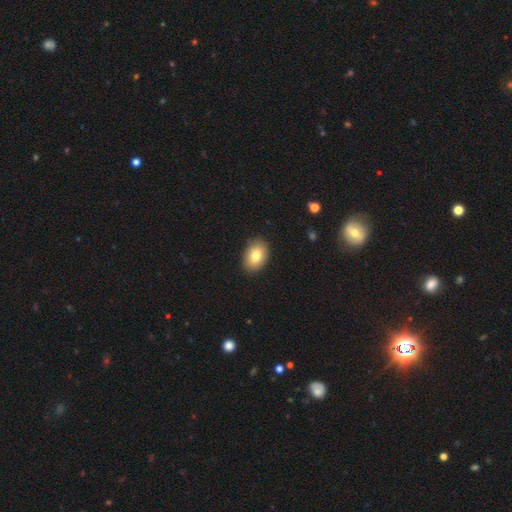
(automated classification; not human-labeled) This is clearly a smooth galaxy (81%). How rounded: clearly in between (85%). Merging: clearly none (89%).